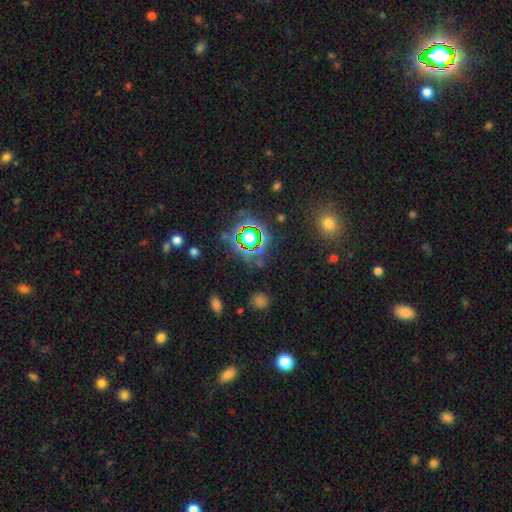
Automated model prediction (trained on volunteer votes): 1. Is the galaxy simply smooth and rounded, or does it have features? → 75% star or artifact, 17% smooth, 9% featured or disk.